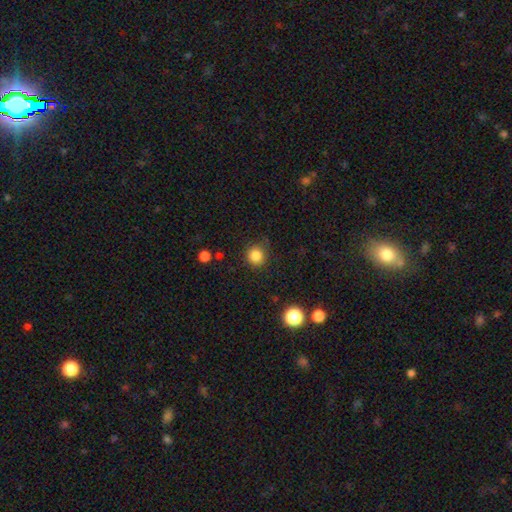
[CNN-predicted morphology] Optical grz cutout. It shows a smooth galaxy with no disk features (84%) that is round (93%). Merging: none (86%).